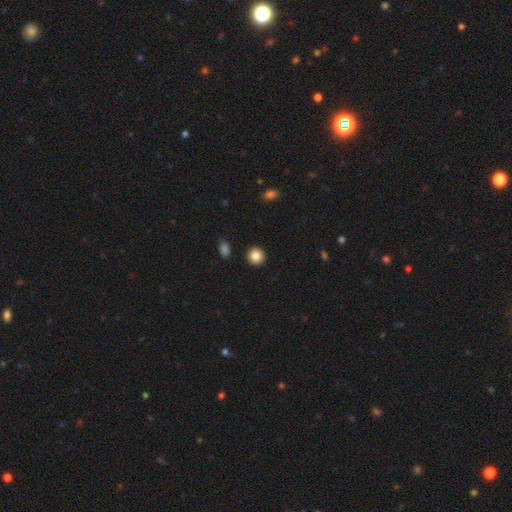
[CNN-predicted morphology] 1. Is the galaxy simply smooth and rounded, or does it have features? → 86% smooth, 9% star or artifact, 5% featured or disk.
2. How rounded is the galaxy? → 93% round, 6% in between, 1% cigar-shaped.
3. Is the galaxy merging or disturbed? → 92% none, 5% minor disturbance, 2% major disturbance, 2% merger.